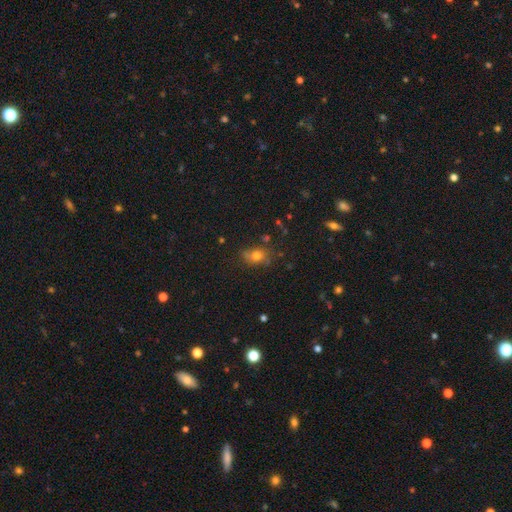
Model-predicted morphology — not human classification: This appears to be a smooth galaxy with no disk features (70%) that is in between round and cigar-shaped (51%). Merging: none (65%).